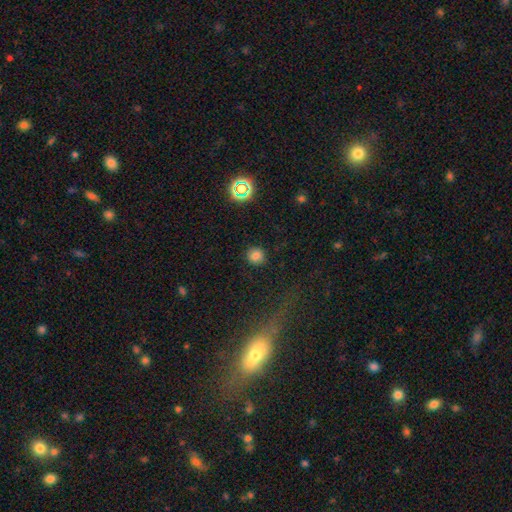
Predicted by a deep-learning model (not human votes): smooth-or-featured: smooth: 79% | star or artifact: 16% | featured or disk: 5%
  how-rounded: round: 90% | in between: 9% | cigar-shaped: 1%
  merging: none: 88% | minor disturbance: 8% | major disturbance: 3% | merger: 1%